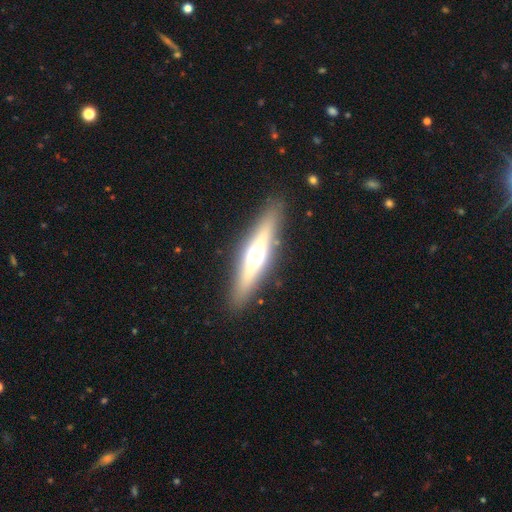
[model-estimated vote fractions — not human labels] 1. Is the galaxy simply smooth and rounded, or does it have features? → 56% featured or disk, 36% smooth, 8% star or artifact.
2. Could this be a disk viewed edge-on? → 90% yes, 10% no.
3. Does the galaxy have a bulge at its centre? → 92% rounded, 4% boxy, 4% none.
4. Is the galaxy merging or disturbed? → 88% none, 8% minor disturbance, 3% major disturbance, 1% merger.